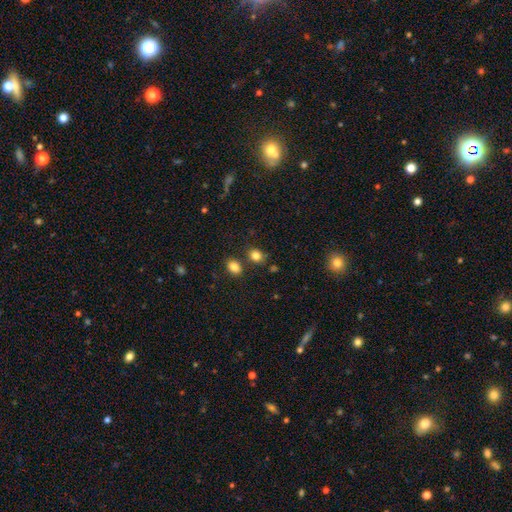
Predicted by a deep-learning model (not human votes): This appears to be a smooth galaxy with no disk features (83%) that is round (53%). Merging: none (74%).